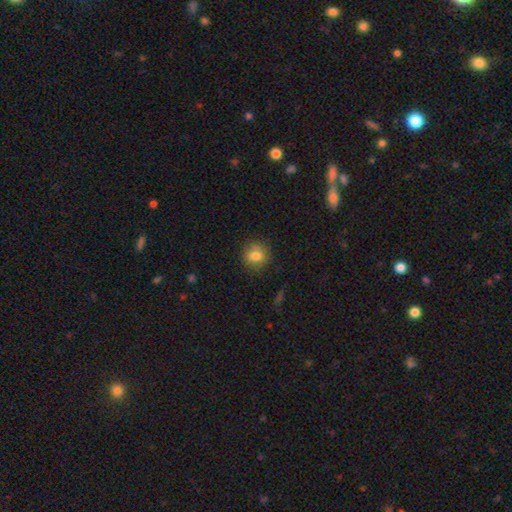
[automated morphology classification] Smooth or featured? Predicted: smooth (p=0.81). How rounded? Predicted: round (p=0.85). Merging? Predicted: none (p=0.84).